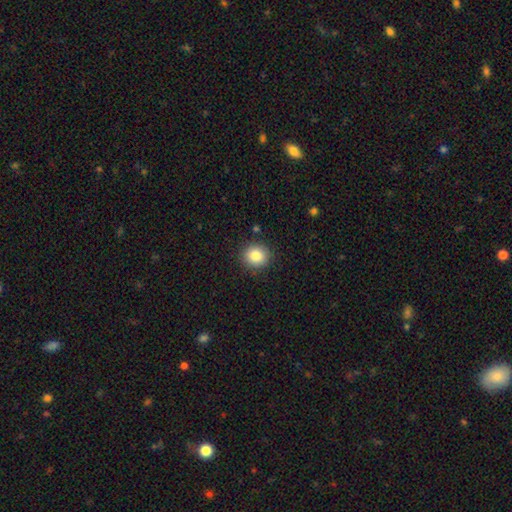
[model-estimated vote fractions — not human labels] Morphology: type=smooth (84%); roundness=round (86%); merging=none (89%).